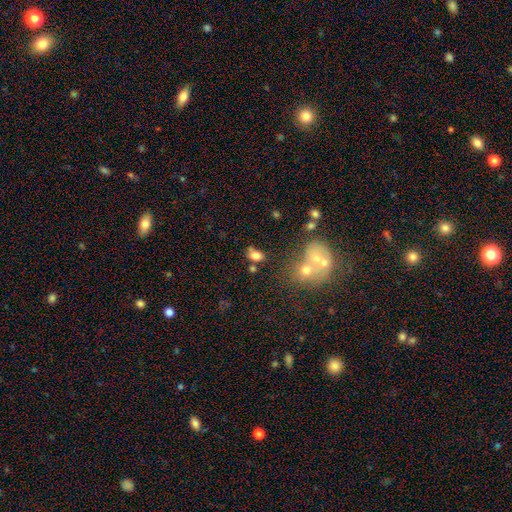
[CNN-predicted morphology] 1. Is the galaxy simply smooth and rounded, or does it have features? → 77% smooth, 12% star or artifact, 11% featured or disk.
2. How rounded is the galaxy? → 78% in between, 20% round, 2% cigar-shaped.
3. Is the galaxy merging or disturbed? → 56% none, 20% merger, 18% minor disturbance, 7% major disturbance.